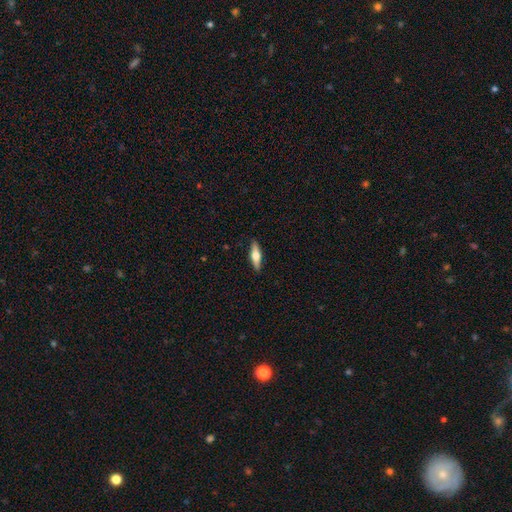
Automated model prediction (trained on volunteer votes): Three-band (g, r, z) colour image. It shows a featured or disk galaxy (49%). Merging: none (89%).